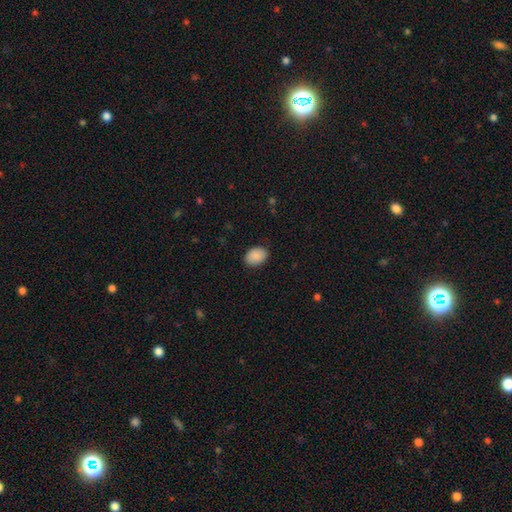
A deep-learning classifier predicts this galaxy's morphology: Smooth or featured: smooth — 89% (star or artifact — 7%)
How rounded: in between — 79% (round — 20%)
Merging: none — 87% (minor disturbance — 10%)